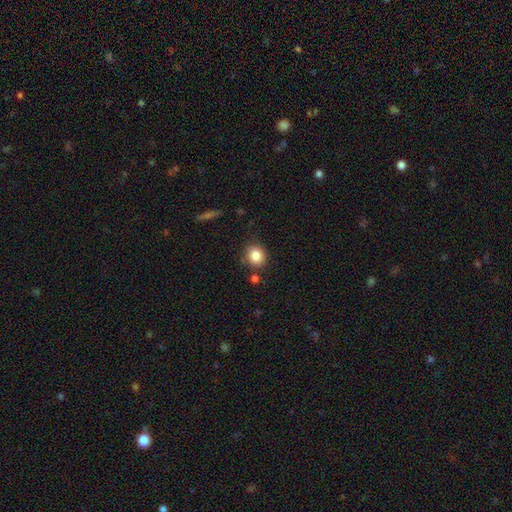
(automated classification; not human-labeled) smooth_or_featured: smooth (p=0.85) [alt: star or artifact p=0.10]
how_rounded: round (p=0.78) [alt: in between p=0.21]
merging: none (p=0.82) [alt: minor disturbance p=0.10]